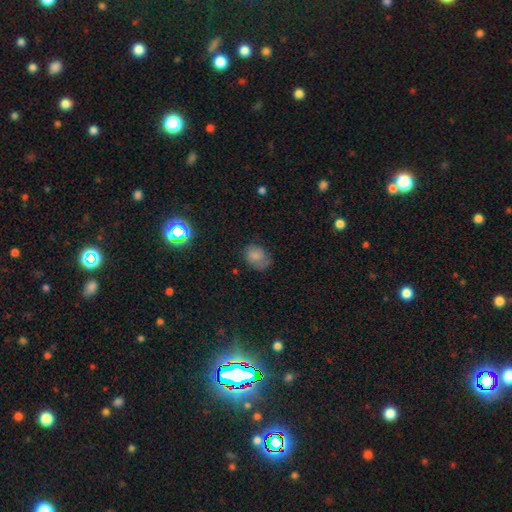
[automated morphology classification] This appears to be a smooth galaxy with no disk features (71%) that is in between round and cigar-shaped (55%). Merging: none (59%).